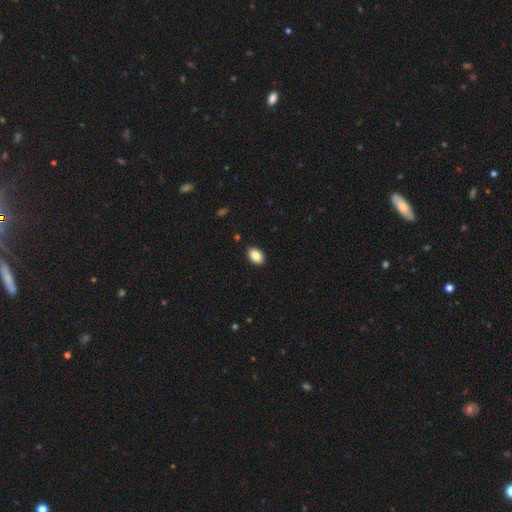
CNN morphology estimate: Smooth or featured? Predicted: smooth (p=0.87). How rounded? Predicted: in between (p=0.88). Merging? Predicted: none (p=0.90).